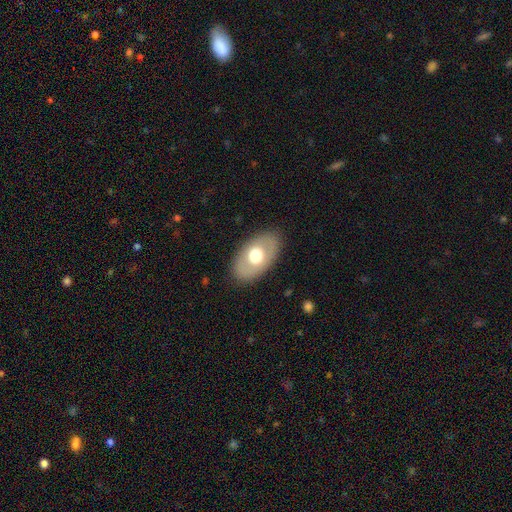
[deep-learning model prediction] smooth_or_featured: smooth (p=0.56) [alt: featured or disk p=0.37]
how_rounded: in between (p=0.89) [alt: round p=0.09]
merging: none (p=0.84) [alt: minor disturbance p=0.11]